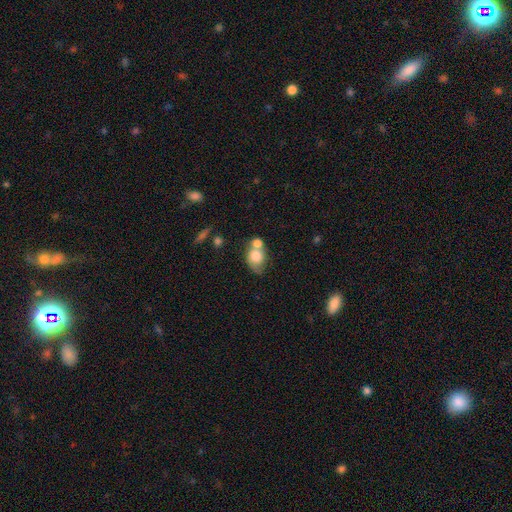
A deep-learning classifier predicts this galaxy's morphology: This is likely a smooth galaxy (71%). How rounded: possibly in between (58%). Merging: possibly merger (51%).